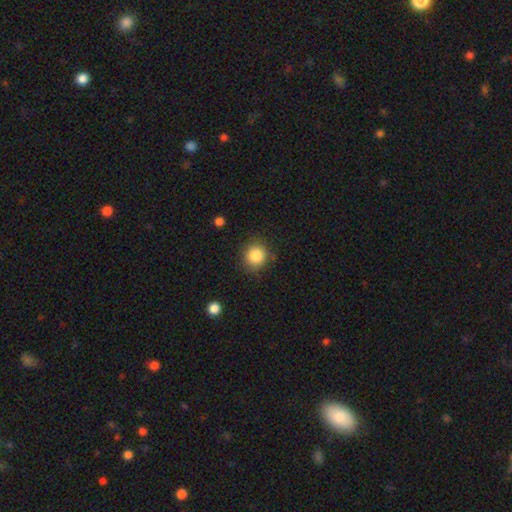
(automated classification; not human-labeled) smooth-or-featured: smooth: 85% | star or artifact: 10% | featured or disk: 5%
  how-rounded: round: 86% | in between: 13% | cigar-shaped: 1%
  merging: none: 84% | minor disturbance: 11% | major disturbance: 3% | merger: 2%